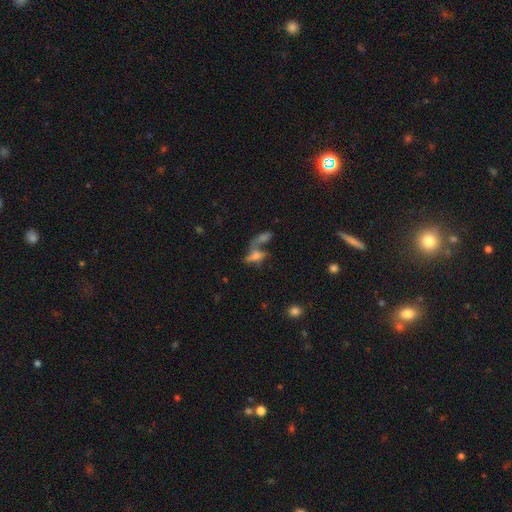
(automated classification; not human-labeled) The model was most divided on "smooth or featured": smooth: 51%, featured or disk: 32%, star or artifact: 17%. Remaining: how rounded — in between (65%); merging — merger (50%).